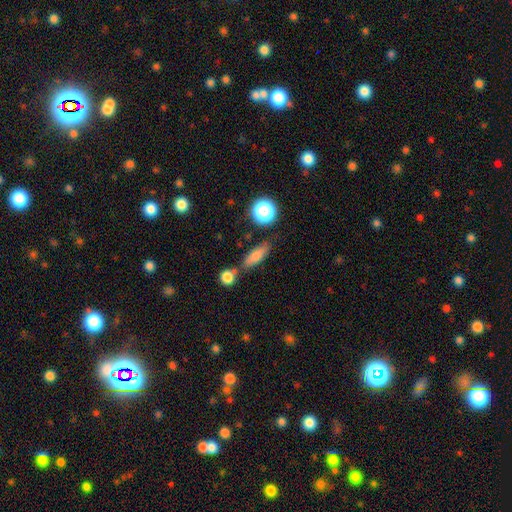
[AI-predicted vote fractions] smooth 73%, featured or disk 16%, star or artifact 11%. Down the decision tree: how rounded — in between (51%); merging — none (69%).